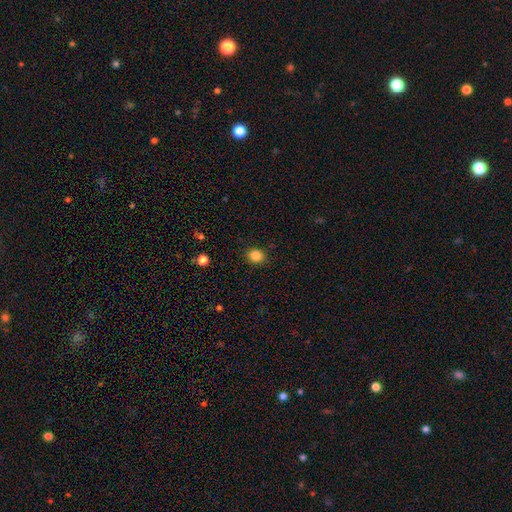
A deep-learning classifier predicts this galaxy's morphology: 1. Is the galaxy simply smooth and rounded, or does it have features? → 84% smooth, 11% star or artifact, 4% featured or disk.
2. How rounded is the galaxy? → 71% round, 28% in between, 1% cigar-shaped.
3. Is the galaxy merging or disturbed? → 89% none, 8% minor disturbance, 2% major disturbance, 1% merger.